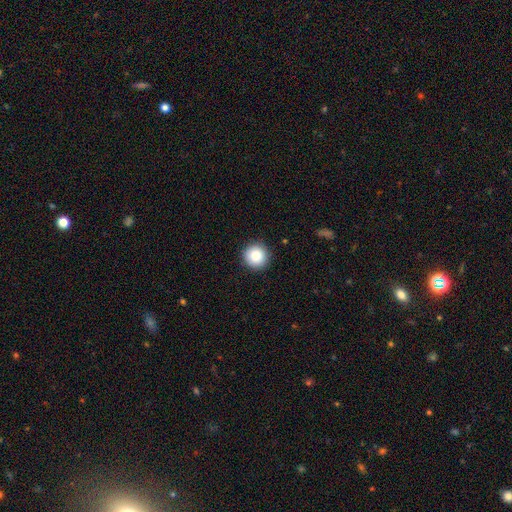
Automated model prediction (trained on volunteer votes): Overall: smooth (86%). How rounded: round (95%). Merging: none (92%).